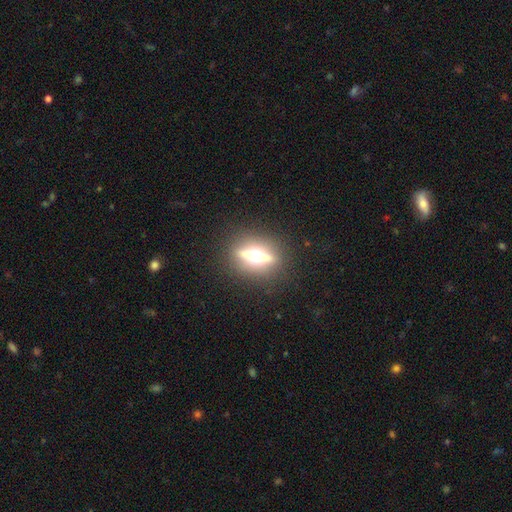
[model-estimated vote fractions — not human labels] The model was most divided on "smooth or featured": featured or disk: 73%, smooth: 18%, star or artifact: 9%. More confident: edge-on bulge — rounded (95%); edge-on disk — yes (88%); merging — none (87%).